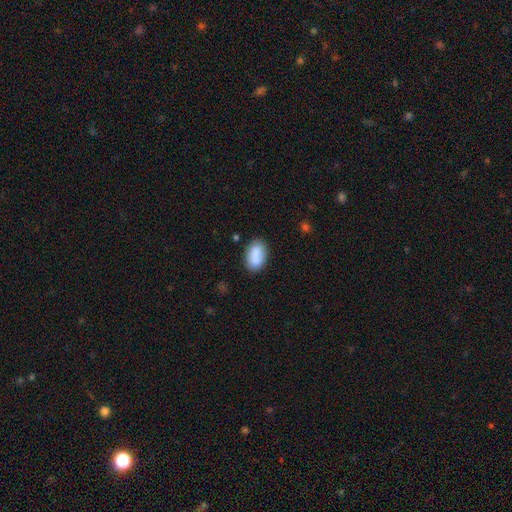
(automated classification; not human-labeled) Smooth or featured? smooth (87%)
How rounded? in between (91%)
Merging? none (80%)